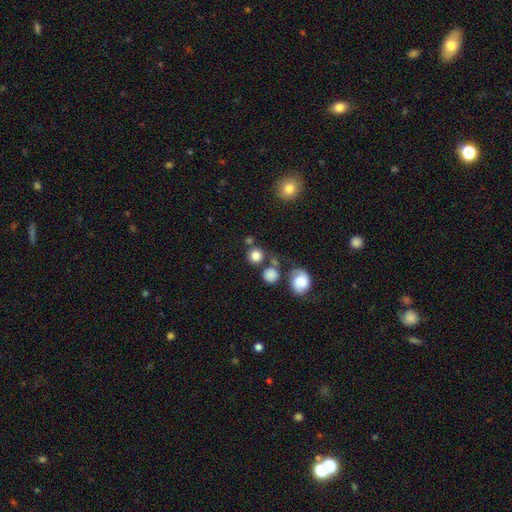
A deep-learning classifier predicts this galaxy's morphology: type=smooth (82%); roundness=round (90%); merging=none (71%).